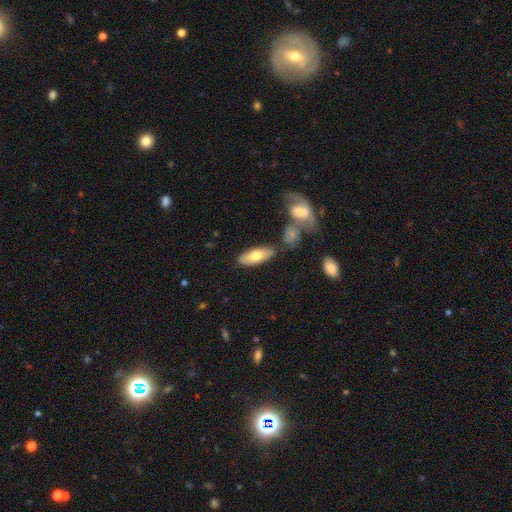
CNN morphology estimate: Q: Smooth or featured?
A: smooth (68%); runner-up: featured or disk (26%)
Q: How rounded?
A: in between (75%); runner-up: cigar-shaped (22%)
Q: Merging?
A: none (77%); runner-up: minor disturbance (12%)